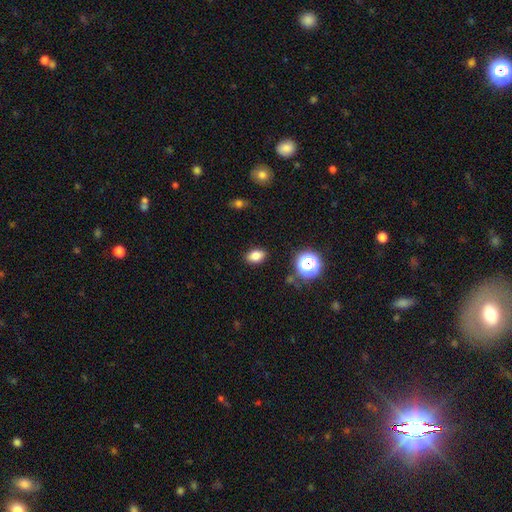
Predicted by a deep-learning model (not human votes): Morphology: type=smooth (80%); roundness=in between (82%); merging=none (87%).